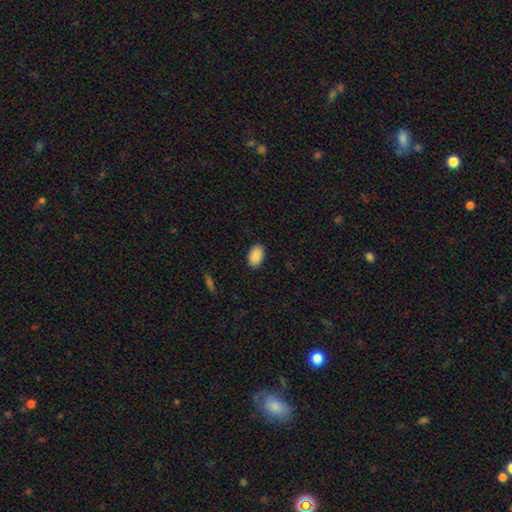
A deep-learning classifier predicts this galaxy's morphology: Overall: smooth (89%). How rounded: in between (91%). Merging: none (89%).